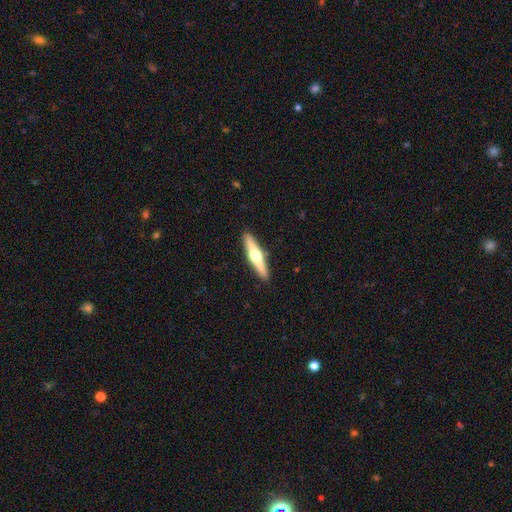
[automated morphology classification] featured or disk 64%, smooth 31%, star or artifact 5%. Down the decision tree: edge-on disk — yes (97%); edge-on bulge — rounded (96%); merging — none (91%).